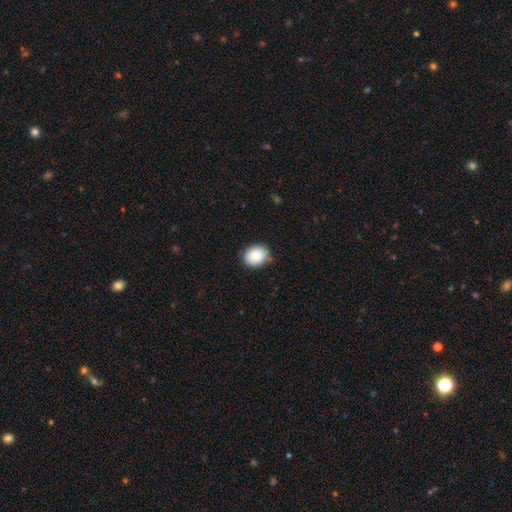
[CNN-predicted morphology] Smooth or featured? Predicted: smooth (p=0.89). How rounded? Predicted: in between (p=0.51). Merging? Predicted: none (p=0.84).